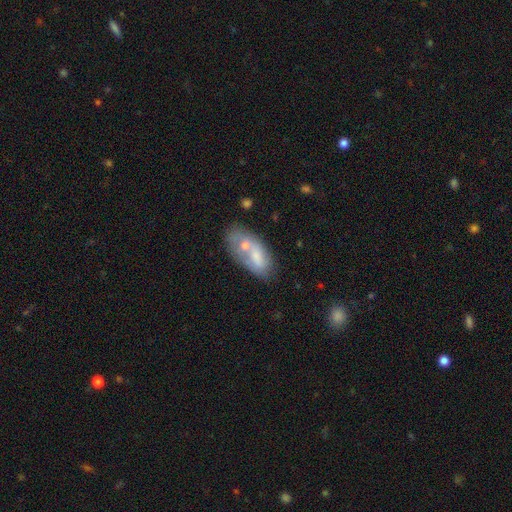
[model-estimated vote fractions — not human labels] Overall: smooth (60%; featured or disk 32%). How rounded: in between (88%). Merging: merger (37%; none 33%).